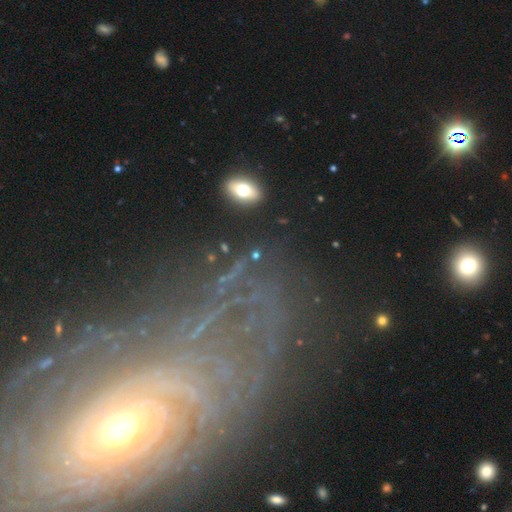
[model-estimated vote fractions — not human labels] Smooth or featured?
  - featured or disk: 46% *
  - smooth: 31%
  - star or artifact: 24%
Merging?
  - none: 82% *
  - minor disturbance: 10%
  - major disturbance: 5%
  - merger: 3%